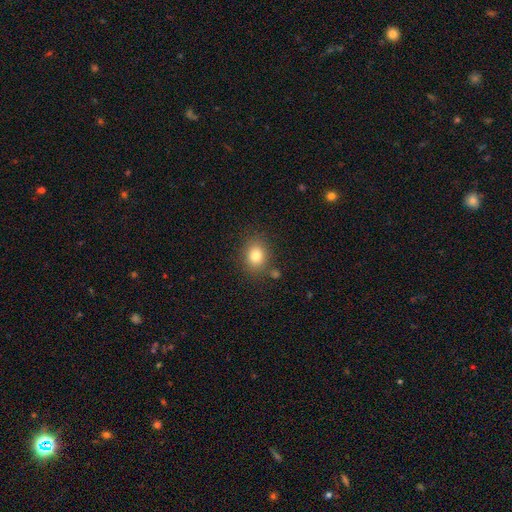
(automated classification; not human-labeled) smooth_or_featured: smooth (p=0.81) [alt: star or artifact p=0.11]
how_rounded: round (p=0.56) [alt: in between p=0.43]
merging: none (p=0.81) [alt: minor disturbance p=0.11]